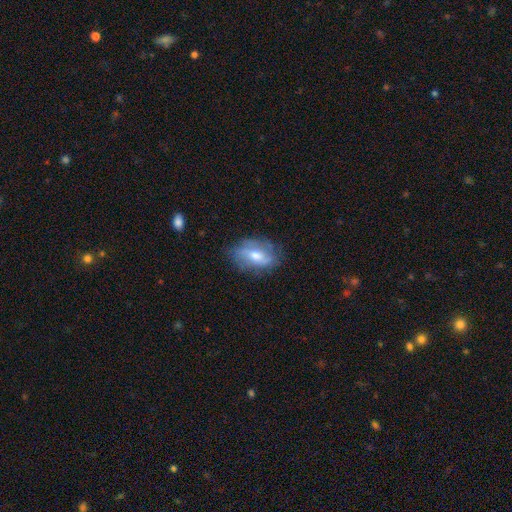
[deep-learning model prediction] Overall: featured or disk (47%; smooth 44%). Merging: none (68%).